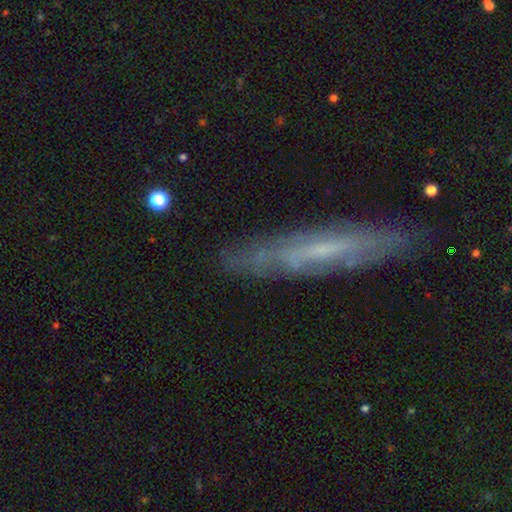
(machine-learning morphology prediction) This appears to be a featured or disk galaxy (62%) viewed edge-on (60%). Merging: none (77%).